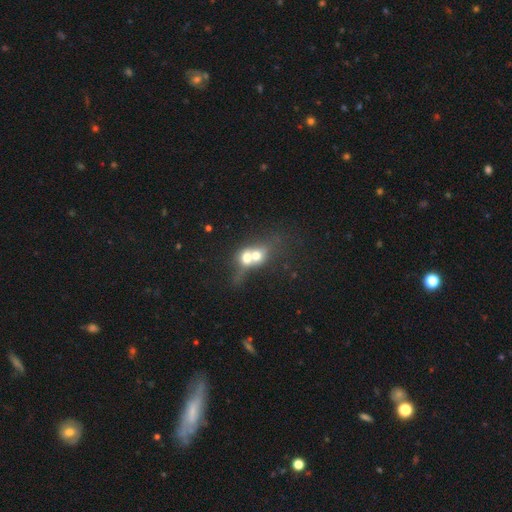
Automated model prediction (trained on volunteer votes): The model was most divided on "how rounded": round: 54%, in between: 43%, cigar-shaped: 4%. More confident: merging — merger (76%); smooth or featured — smooth (59%).